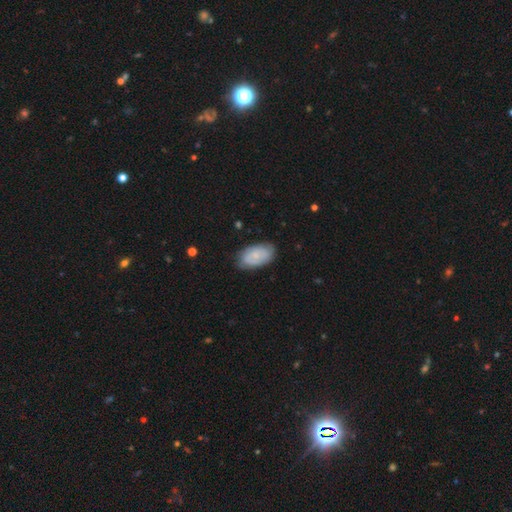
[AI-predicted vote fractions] Smooth or featured? smooth (56%)
How rounded? in between (93%)
Merging? none (75%)